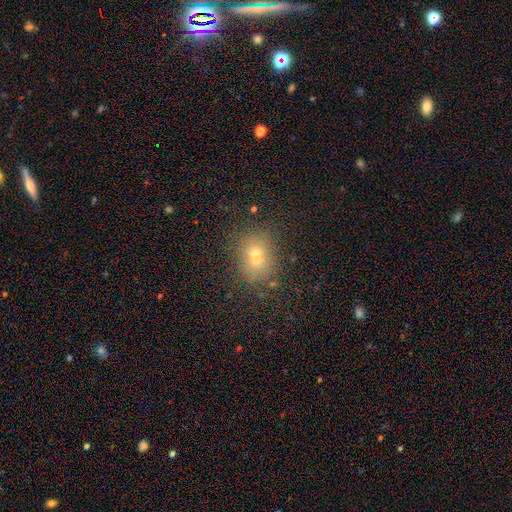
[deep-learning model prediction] Smooth or featured?
  - smooth: 67% *
  - star or artifact: 18%
  - featured or disk: 15%
How rounded?
  - round: 52% *
  - in between: 47%
  - cigar-shaped: 2%
Merging?
  - none: 65% *
  - minor disturbance: 16%
  - merger: 12%
  - major disturbance: 6%